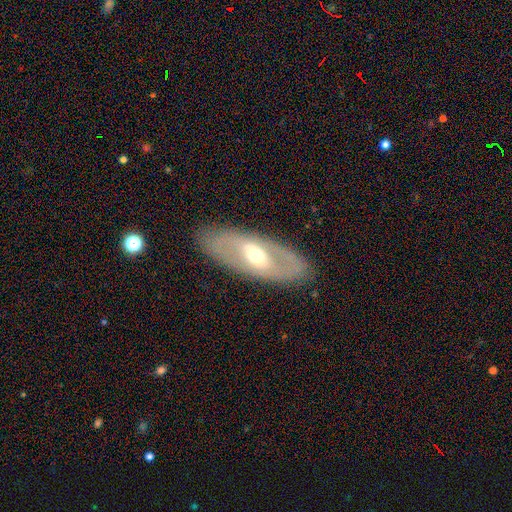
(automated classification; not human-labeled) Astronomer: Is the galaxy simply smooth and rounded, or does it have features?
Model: featured or disk — 68%.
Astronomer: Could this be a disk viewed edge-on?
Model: no — 82%.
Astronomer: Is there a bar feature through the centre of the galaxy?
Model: no — 39% (runner-up: weak, 37%).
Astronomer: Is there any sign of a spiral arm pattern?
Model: no — 64%.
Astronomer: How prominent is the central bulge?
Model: moderate — 65%.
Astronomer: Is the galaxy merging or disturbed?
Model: none — 84%.